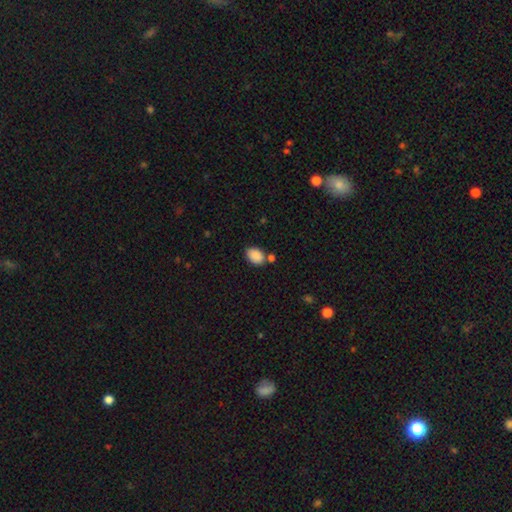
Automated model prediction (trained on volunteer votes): Q: Smooth or featured?
A: smooth (89%); runner-up: star or artifact (8%)
Q: How rounded?
A: in between (82%); runner-up: round (16%)
Q: Merging?
A: none (70%); runner-up: minor disturbance (14%)